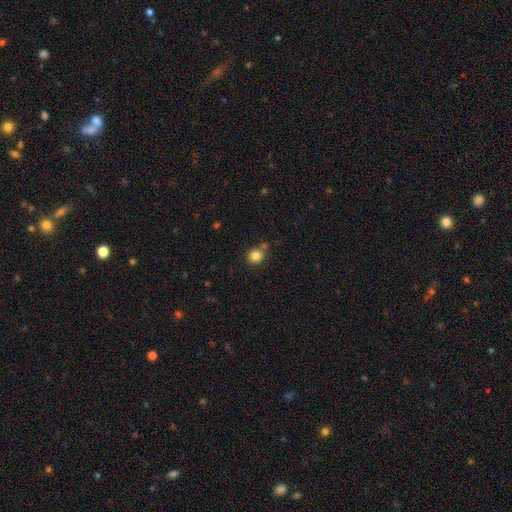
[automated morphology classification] Q: Smooth or featured?
A: smooth (83%); runner-up: star or artifact (11%)
Q: How rounded?
A: round (85%); runner-up: in between (14%)
Q: Merging?
A: none (73%); runner-up: merger (13%)